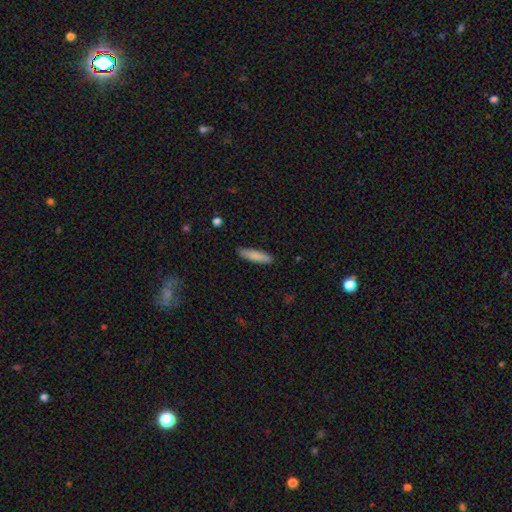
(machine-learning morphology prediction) Overall: smooth (84%). How rounded: cigar-shaped (74%). Merging: none (88%).